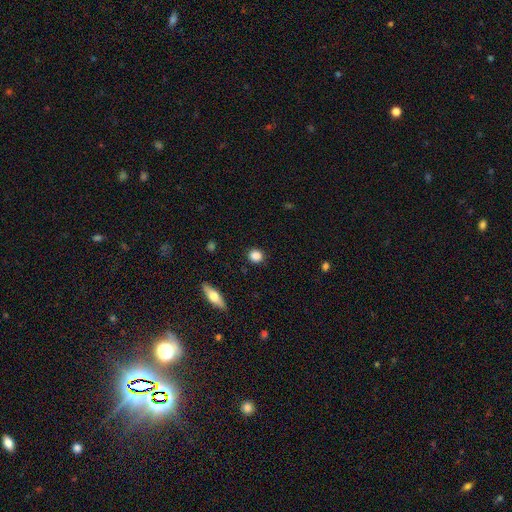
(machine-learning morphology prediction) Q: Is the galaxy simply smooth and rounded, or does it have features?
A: smooth — 86%.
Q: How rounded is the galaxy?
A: round — 81%.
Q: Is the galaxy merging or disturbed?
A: none — 90%.